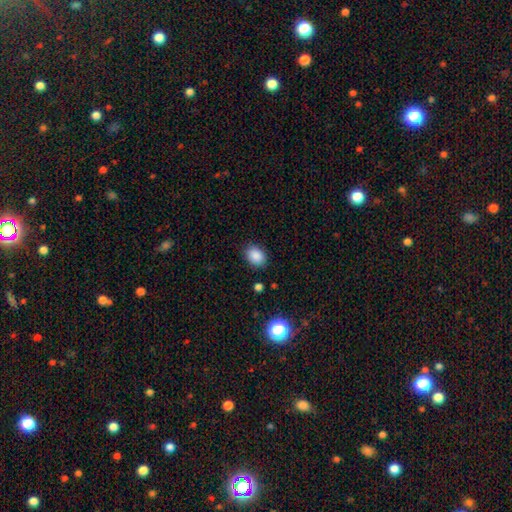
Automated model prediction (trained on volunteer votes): Overall: smooth (87%). How rounded: in between (63%; round 36%). Merging: none (86%).